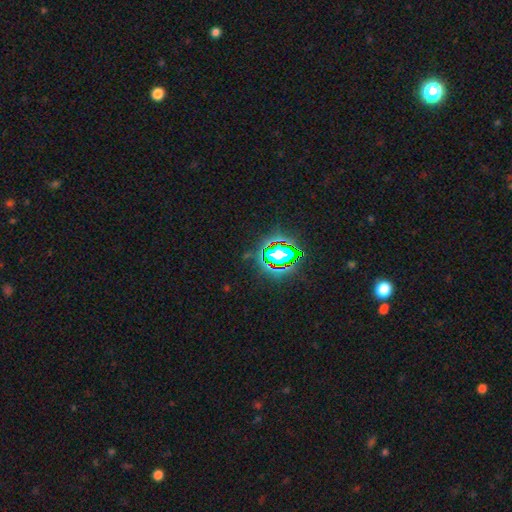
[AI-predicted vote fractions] Smooth or featured? Predicted: star or artifact (p=0.76).